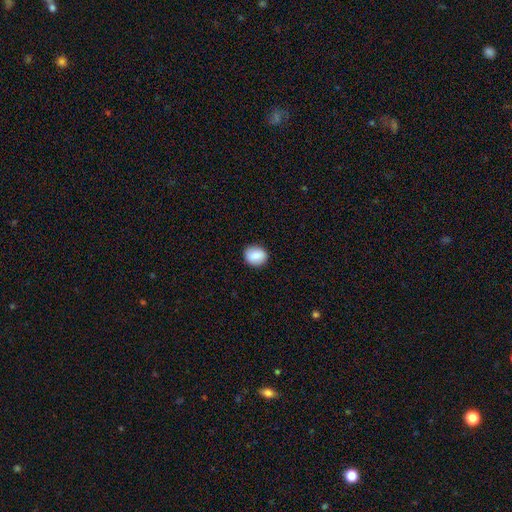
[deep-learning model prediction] smooth_or_featured: smooth (p=0.80) [alt: featured or disk p=0.12]
how_rounded: round (p=0.73) [alt: in between p=0.26]
merging: none (p=0.88) [alt: minor disturbance p=0.09]